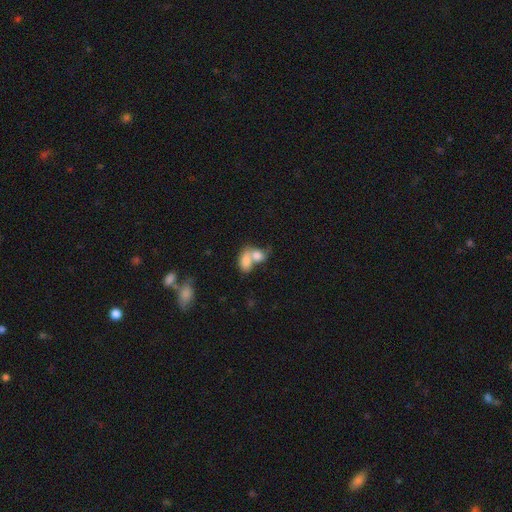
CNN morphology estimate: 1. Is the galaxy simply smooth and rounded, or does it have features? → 76% smooth, 15% featured or disk, 8% star or artifact.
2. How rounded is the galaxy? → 78% in between, 19% round, 2% cigar-shaped.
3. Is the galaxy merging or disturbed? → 73% merger, 15% none, 6% minor disturbance, 6% major disturbance.